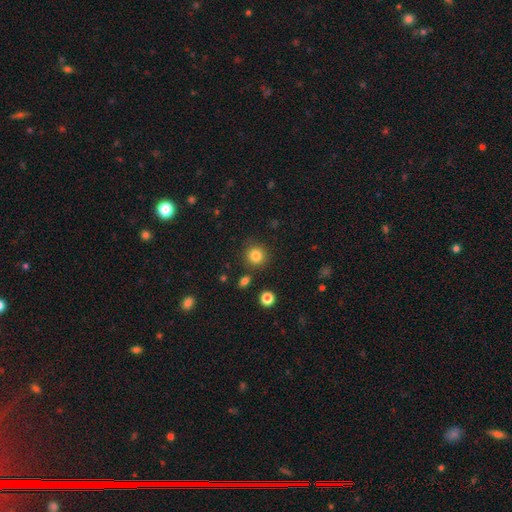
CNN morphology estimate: smooth-or-featured: smooth: 84% | star or artifact: 11% | featured or disk: 5%
  how-rounded: round: 91% | in between: 8% | cigar-shaped: 1%
  merging: none: 85% | minor disturbance: 8% | merger: 4% | major disturbance: 3%